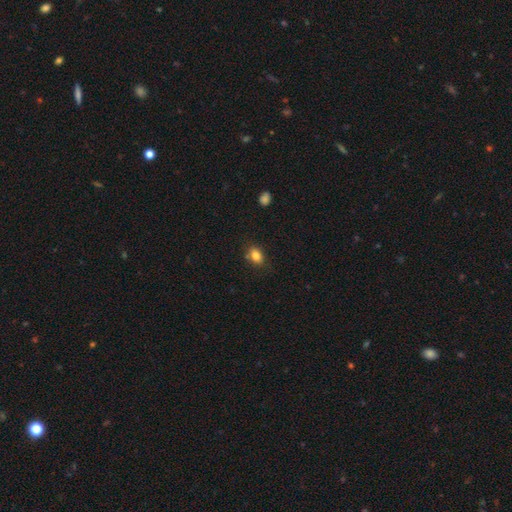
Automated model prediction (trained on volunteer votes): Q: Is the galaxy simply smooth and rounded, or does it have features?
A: smooth — 83%.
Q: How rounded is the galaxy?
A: in between — 77%.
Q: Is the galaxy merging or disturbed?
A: none — 77%.